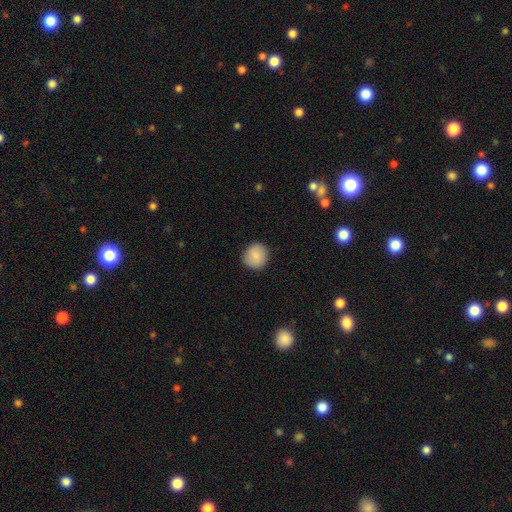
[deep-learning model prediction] Smooth or featured? smooth (87%)
How rounded? round (89%)
Merging? none (89%)